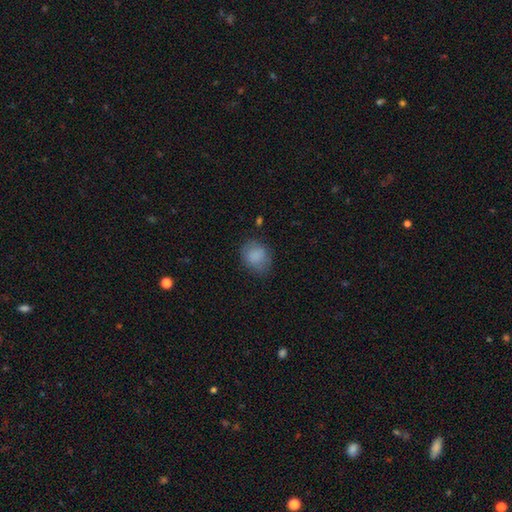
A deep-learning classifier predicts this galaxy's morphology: This appears to be a smooth galaxy with no disk features (85%) that is round (58%). Merging: none (71%).